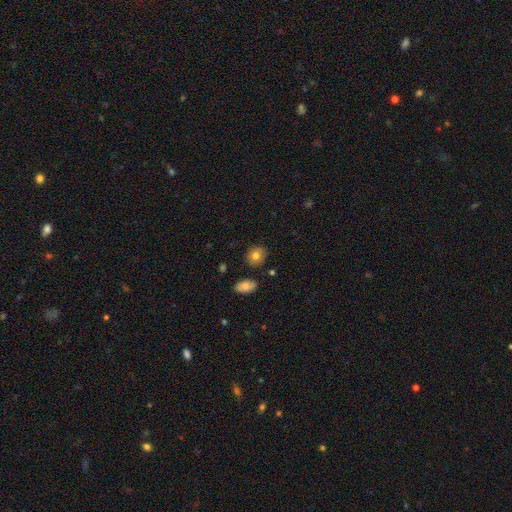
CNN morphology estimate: type=smooth (79%); roundness=round (73%); merging=none (84%).